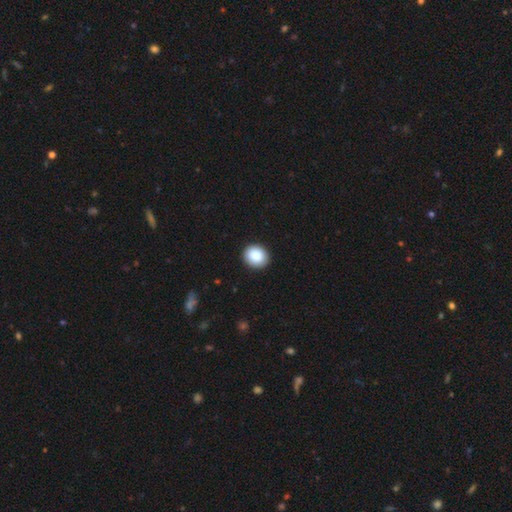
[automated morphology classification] This is clearly a smooth galaxy (87%). How rounded: likely round (72%). Merging: clearly none (91%).